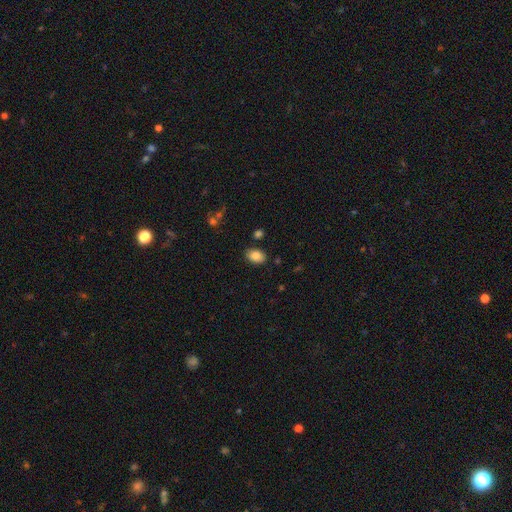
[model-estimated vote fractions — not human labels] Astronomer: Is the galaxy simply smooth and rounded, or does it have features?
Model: smooth — 84%.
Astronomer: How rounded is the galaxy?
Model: in between — 83%.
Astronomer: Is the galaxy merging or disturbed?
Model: none — 85%.